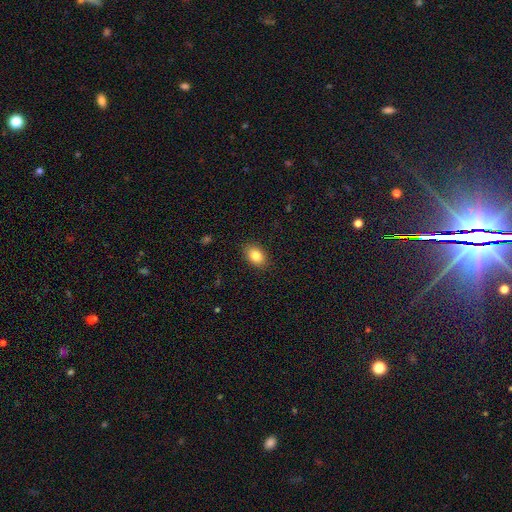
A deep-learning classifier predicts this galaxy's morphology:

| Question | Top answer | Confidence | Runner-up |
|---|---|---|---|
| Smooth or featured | smooth | 84% | star or artifact (9%) |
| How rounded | in between | 81% | round (18%) |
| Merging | none | 88% | minor disturbance (9%) |